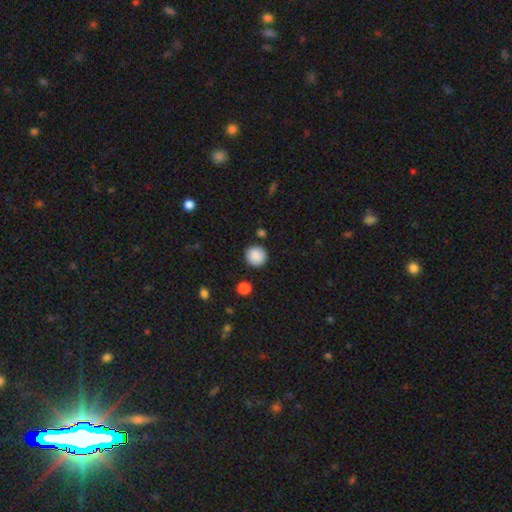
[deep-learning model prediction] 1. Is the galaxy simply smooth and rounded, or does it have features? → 89% smooth, 8% star or artifact, 3% featured or disk.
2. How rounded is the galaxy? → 94% round, 5% in between, 1% cigar-shaped.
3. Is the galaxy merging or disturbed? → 89% none, 7% minor disturbance, 2% major disturbance, 2% merger.